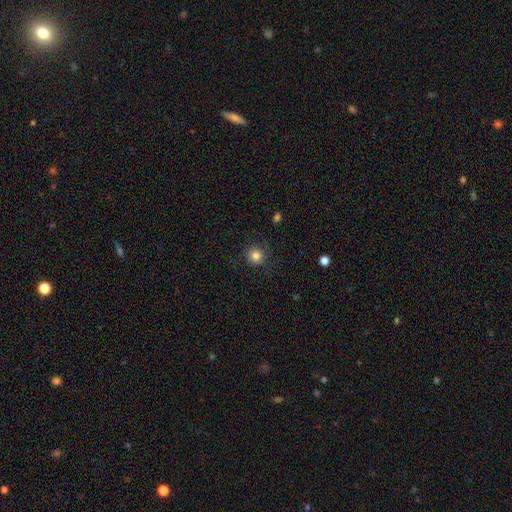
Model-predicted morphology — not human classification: A smooth galaxy with no disk features (82%) that is round (93%). Merging: none (82%).